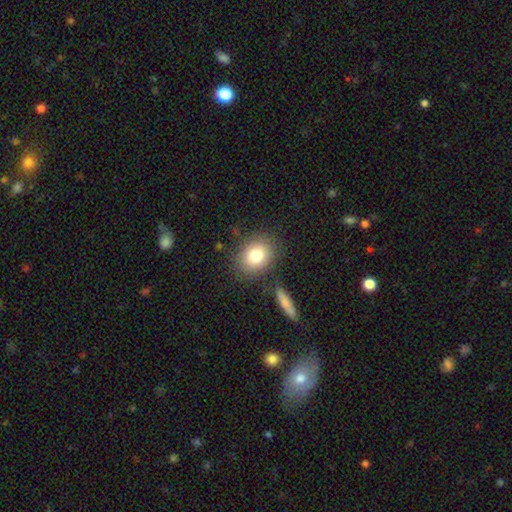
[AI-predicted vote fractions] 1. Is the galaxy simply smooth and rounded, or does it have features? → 80% smooth, 11% featured or disk, 10% star or artifact.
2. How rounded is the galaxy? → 56% round, 42% in between, 1% cigar-shaped.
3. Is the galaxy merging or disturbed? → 81% none, 10% minor disturbance, 5% merger, 4% major disturbance.